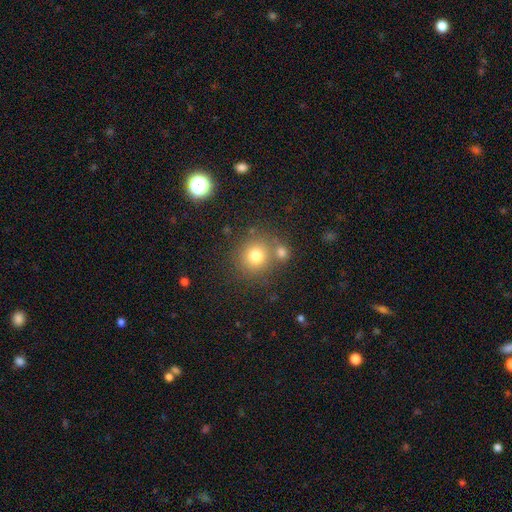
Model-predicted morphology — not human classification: This is likely a smooth galaxy (76%). How rounded: clearly round (88%). Merging: likely none (66%).